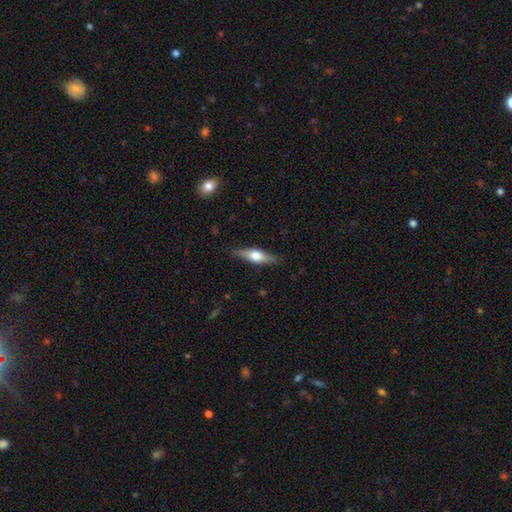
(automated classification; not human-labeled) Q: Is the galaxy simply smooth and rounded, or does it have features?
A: featured or disk — 51%.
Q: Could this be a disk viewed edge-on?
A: yes — 93%.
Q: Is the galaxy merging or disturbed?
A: none — 85%.